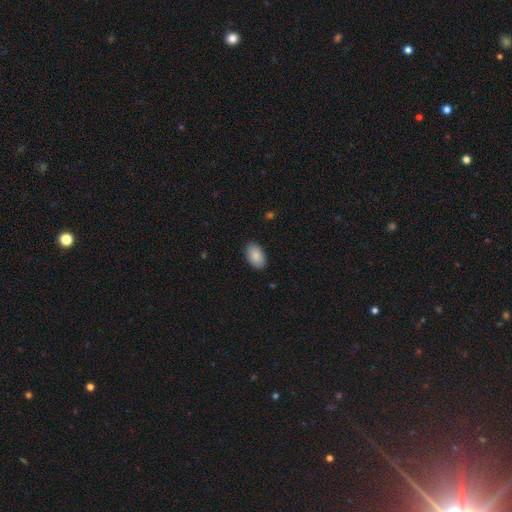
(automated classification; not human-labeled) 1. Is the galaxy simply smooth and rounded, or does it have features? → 88% smooth, 6% star or artifact, 5% featured or disk.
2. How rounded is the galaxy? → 94% in between, 5% round, 1% cigar-shaped.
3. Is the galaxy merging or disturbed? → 88% none, 9% minor disturbance, 2% major disturbance, 1% merger.